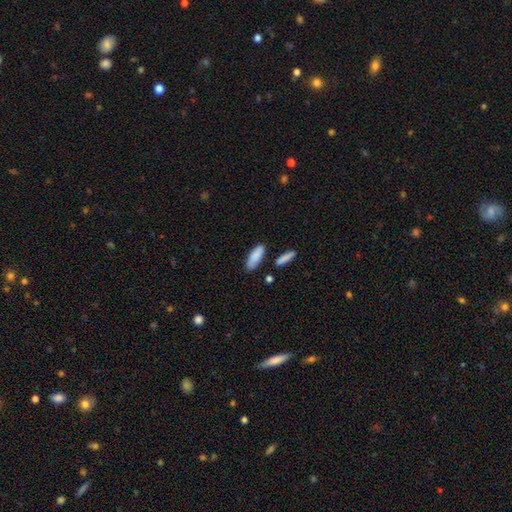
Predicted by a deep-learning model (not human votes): Smooth or featured? Predicted: smooth (p=0.88). How rounded? Predicted: in between (p=0.66). Merging? Predicted: none (p=0.81).